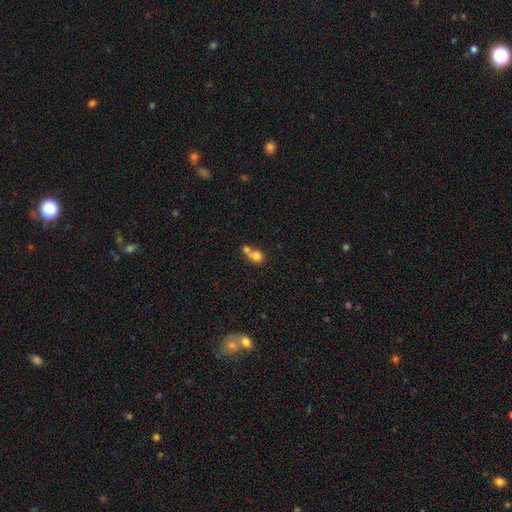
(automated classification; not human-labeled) Smooth or featured? smooth (73%)
How rounded? round (65%)
Merging? merger (66%)